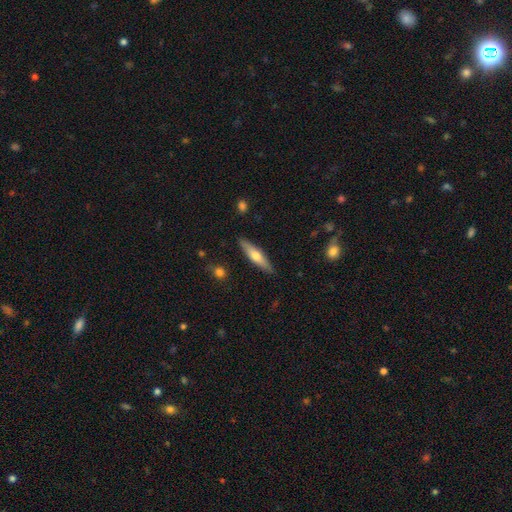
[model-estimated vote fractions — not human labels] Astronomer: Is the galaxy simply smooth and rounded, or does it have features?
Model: smooth — 51% (runner-up: featured or disk, 44%).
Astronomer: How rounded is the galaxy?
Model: cigar-shaped — 77%.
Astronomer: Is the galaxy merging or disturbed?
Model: none — 88%.